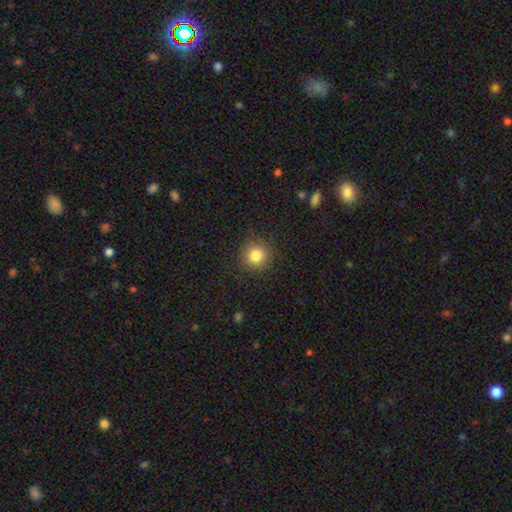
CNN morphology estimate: type=smooth (82%); roundness=round (94%); merging=none (89%).